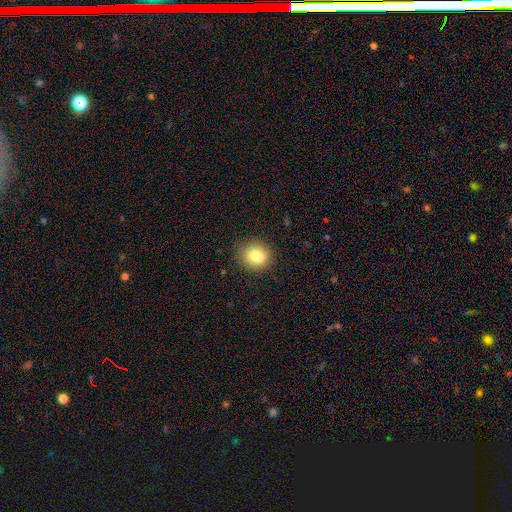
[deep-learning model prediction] Overall: smooth (79%). How rounded: round (66%; in between 33%). Merging: none (82%).